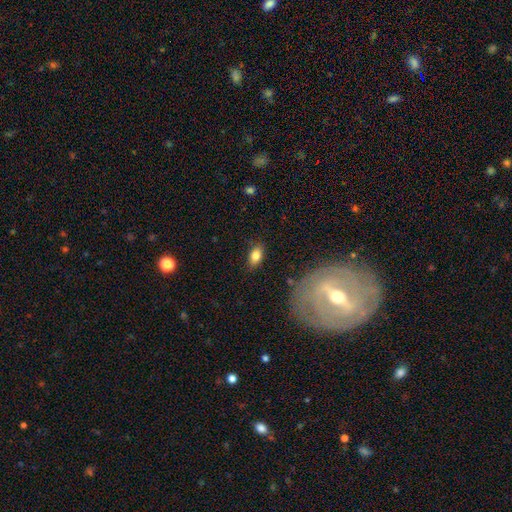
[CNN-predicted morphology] The model was most divided on "smooth or featured": smooth: 79%, featured or disk: 13%, star or artifact: 8%. More confident: how rounded — in between (88%); merging — none (82%).